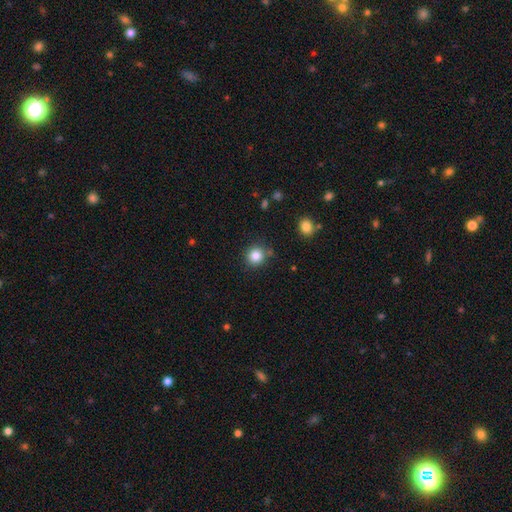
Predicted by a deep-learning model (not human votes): The model was most divided on "merging": none: 82%, minor disturbance: 10%, merger: 4%, major disturbance: 3%. More confident: how rounded — round (91%); smooth or featured — smooth (84%).